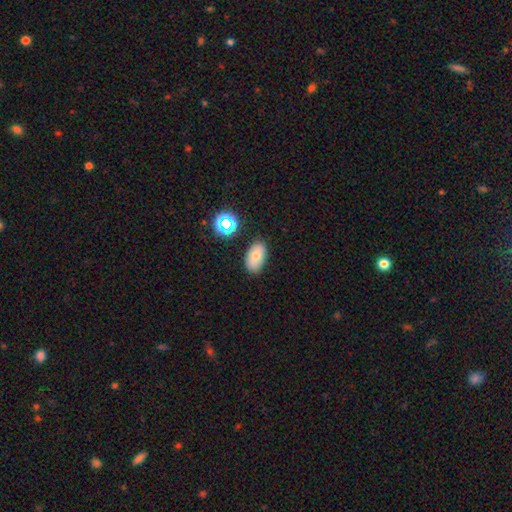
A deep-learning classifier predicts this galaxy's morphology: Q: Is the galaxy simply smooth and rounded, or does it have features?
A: smooth — 73%.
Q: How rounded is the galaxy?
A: in between — 92%.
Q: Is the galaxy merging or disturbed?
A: none — 82%.